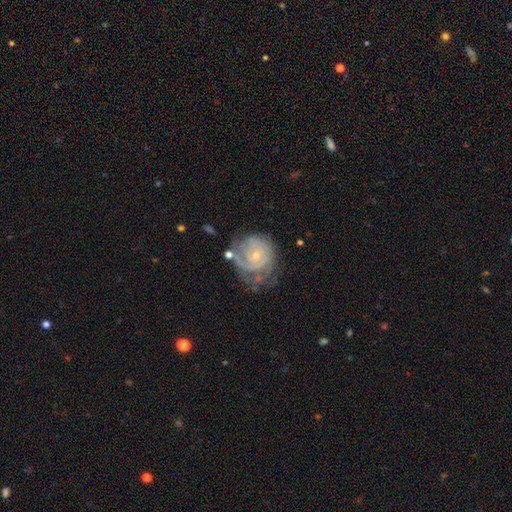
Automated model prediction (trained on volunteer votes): This appears to be a featured or disk galaxy (85%) with no bar (75%), tight (72%) spiral arms (95%) and a small central bulge (71%). Merging: none (53%).